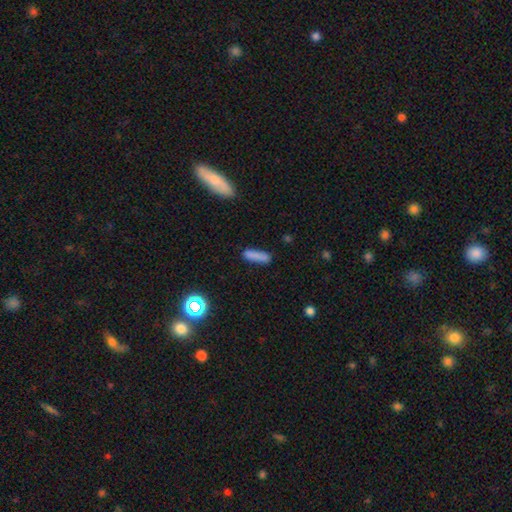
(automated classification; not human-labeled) Overall: smooth (83%). How rounded: cigar-shaped (71%). Merging: none (77%).